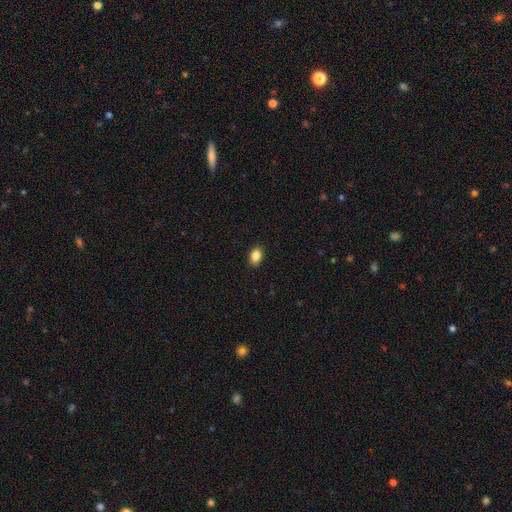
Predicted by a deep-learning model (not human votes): Q: Smooth or featured?
A: smooth (87%); runner-up: star or artifact (9%)
Q: How rounded?
A: in between (84%); runner-up: round (15%)
Q: Merging?
A: none (90%); runner-up: minor disturbance (7%)